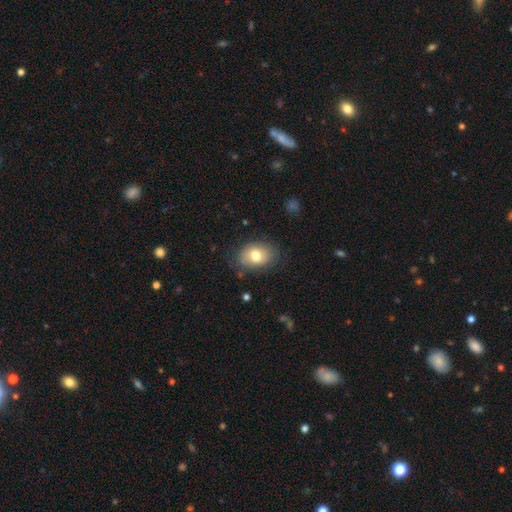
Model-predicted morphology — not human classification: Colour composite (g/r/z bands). It shows a smooth galaxy with no disk features (76%) that is in between round and cigar-shaped (72%). Merging: none (76%).